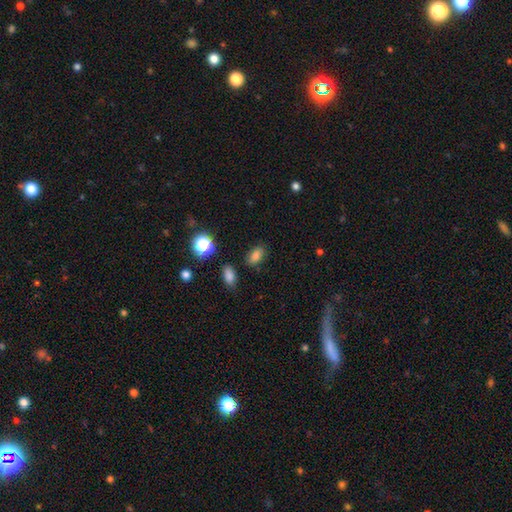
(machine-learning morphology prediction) Smooth or featured? Predicted: smooth (p=0.77). How rounded? Predicted: in between (p=0.85). Merging? Predicted: none (p=0.82).